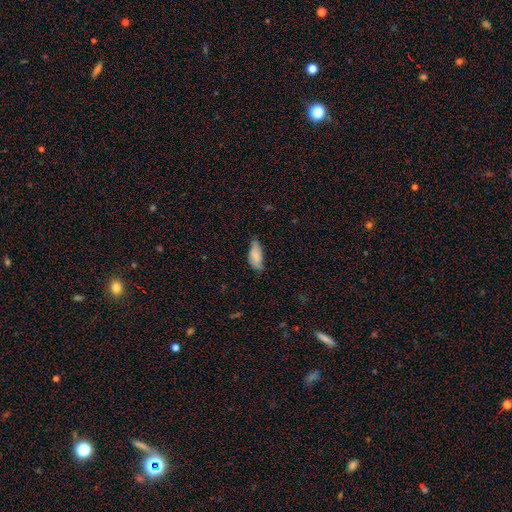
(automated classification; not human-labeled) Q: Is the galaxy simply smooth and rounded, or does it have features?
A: smooth — 82%.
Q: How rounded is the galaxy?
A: in between — 83%.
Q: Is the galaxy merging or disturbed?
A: none — 51%.